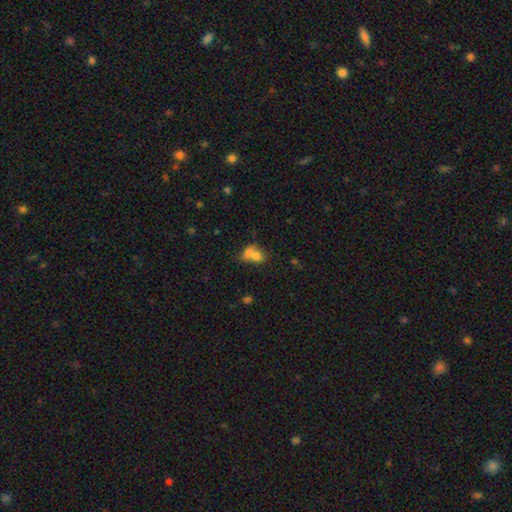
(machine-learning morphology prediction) Q: Smooth or featured?
A: smooth (72%); runner-up: featured or disk (17%)
Q: How rounded?
A: in between (51%); runner-up: round (47%)
Q: Merging?
A: merger (68%); runner-up: none (21%)